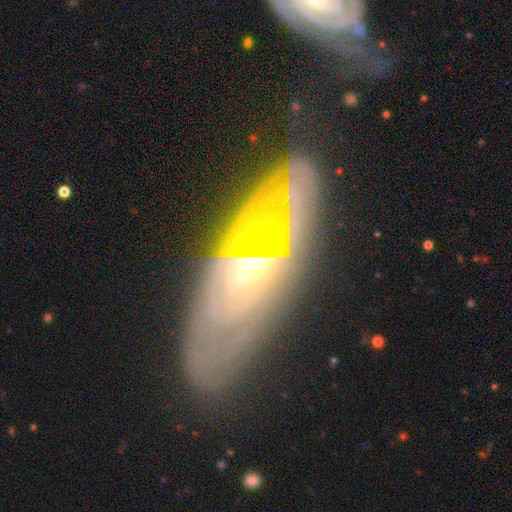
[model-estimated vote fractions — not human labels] Overall: featured or disk (78%). Edge-on disk: no (75%). Bar: no (46%; weak 33%). Spiral arms: yes (71%). Bulge size: small (50%; moderate 40%). Merging: none (67%).